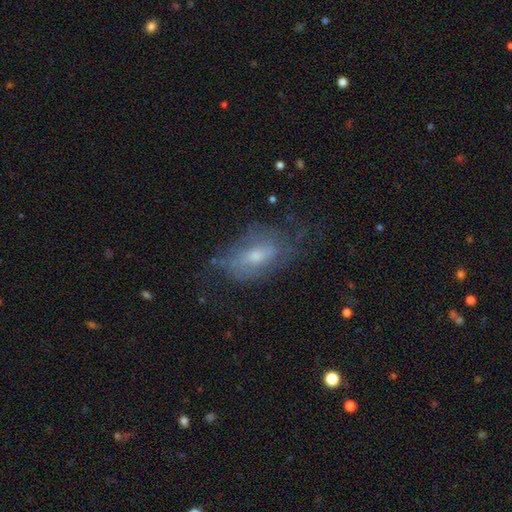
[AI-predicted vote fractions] Smooth or featured? featured or disk (50%)
Edge-on disk? no (90%)
Merging? none (49%)